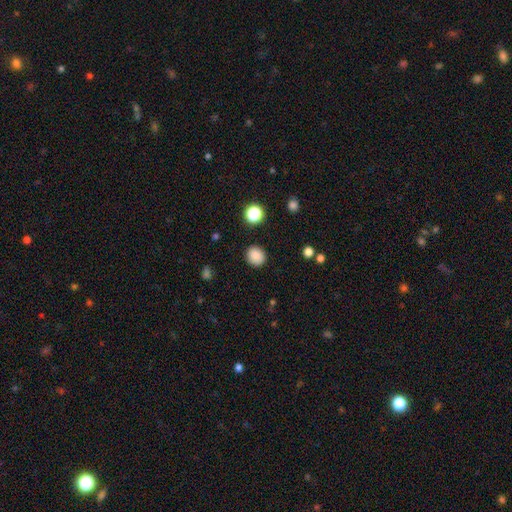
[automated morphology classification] Q: Smooth or featured?
A: smooth (86%); runner-up: star or artifact (11%)
Q: How rounded?
A: round (80%); runner-up: in between (19%)
Q: Merging?
A: none (89%); runner-up: minor disturbance (7%)